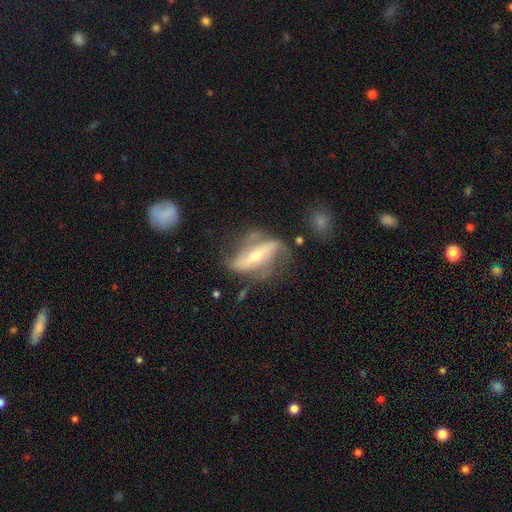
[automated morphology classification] type=featured or disk (76%); edge-on=no (78%); bar=strong (58%); spiral arms=yes (81%); bulge=small (53%); merging=none (50%).